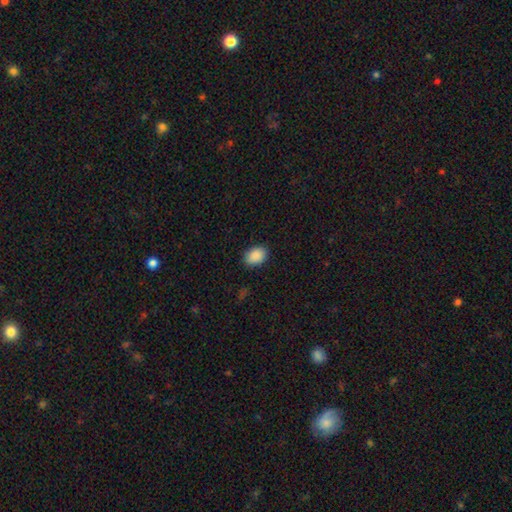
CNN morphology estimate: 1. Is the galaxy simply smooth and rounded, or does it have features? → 90% smooth, 7% star or artifact, 3% featured or disk.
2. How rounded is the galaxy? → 81% in between, 18% round, 1% cigar-shaped.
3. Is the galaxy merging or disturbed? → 87% none, 10% minor disturbance, 2% major disturbance, 1% merger.